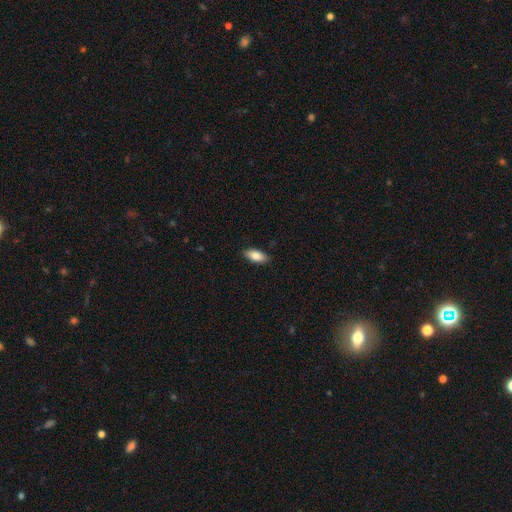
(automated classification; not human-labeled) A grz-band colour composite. It shows a smooth galaxy with no disk features (85%) that is in between round and cigar-shaped (88%). Merging: none (89%).